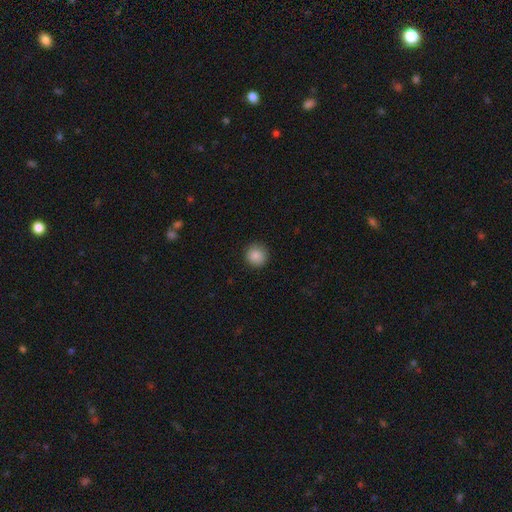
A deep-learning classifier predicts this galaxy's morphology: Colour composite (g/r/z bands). It shows a smooth galaxy with no disk features (87%) that is round (95%). Merging: none (91%).